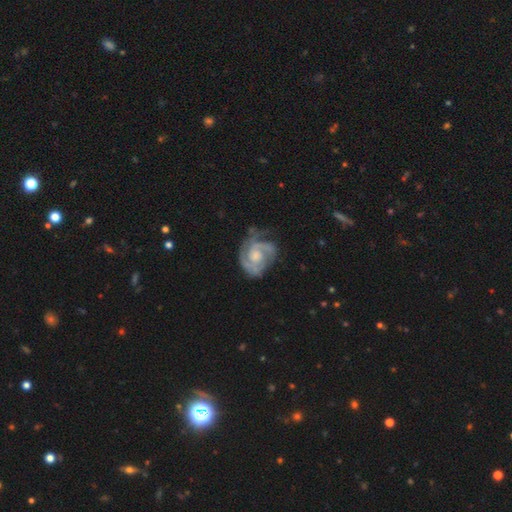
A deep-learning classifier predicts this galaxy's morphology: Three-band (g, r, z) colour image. It shows a featured or disk galaxy (88%) with no bar (66%), 2 (64%) tight (52%) spiral arms (97%) and a moderate central bulge (50%). Merging: none (58%).